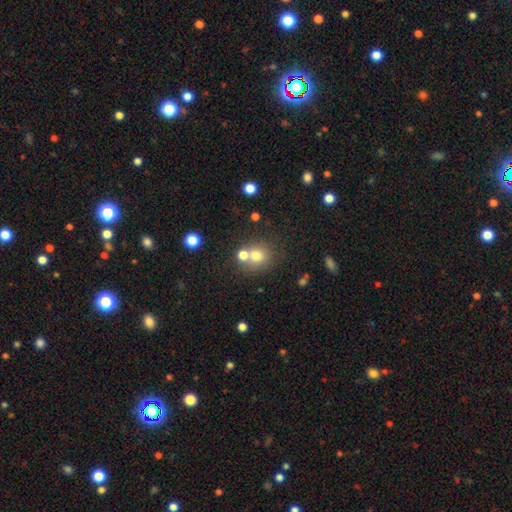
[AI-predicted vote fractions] smooth_or_featured: smooth (p=0.73) [alt: star or artifact p=0.15]
how_rounded: round (p=0.84) [alt: in between p=0.15]
merging: none (p=0.58) [alt: merger p=0.30]